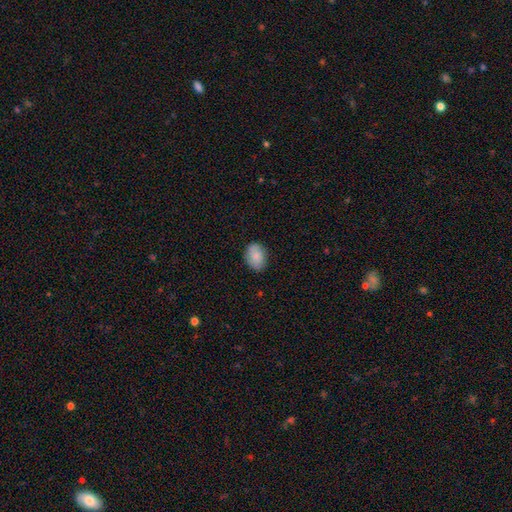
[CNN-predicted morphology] type=smooth (82%); roundness=in between (76%); merging=none (82%).